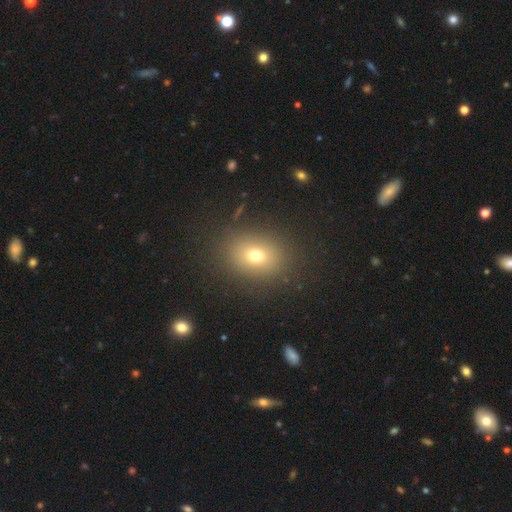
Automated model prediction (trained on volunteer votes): Smooth or featured? smooth (70%)
How rounded? in between (50%)
Merging? none (85%)